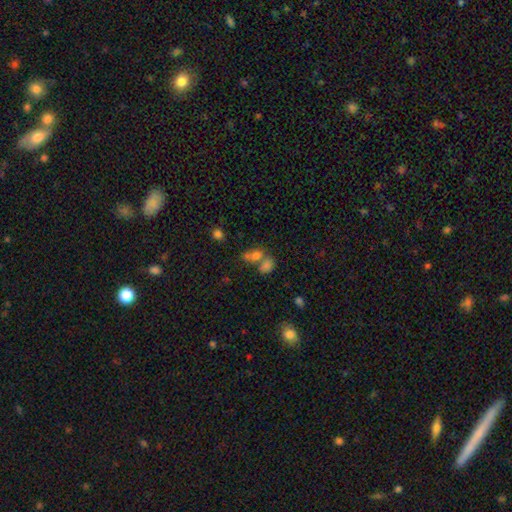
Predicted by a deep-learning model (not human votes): This appears to be a smooth galaxy with no disk features (57%) that is in between round and cigar-shaped (59%). Merging: merger (48%).